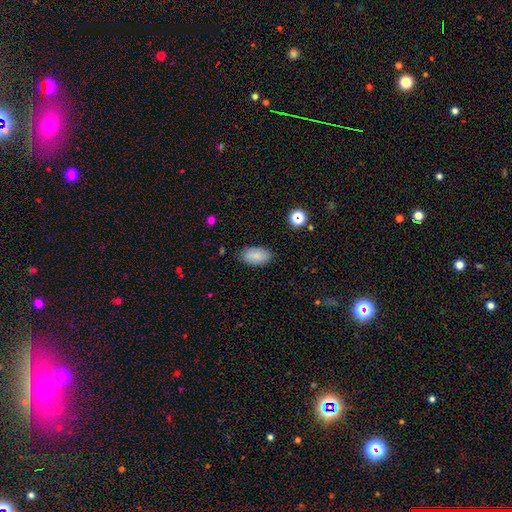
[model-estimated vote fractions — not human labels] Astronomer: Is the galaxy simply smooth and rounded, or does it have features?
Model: smooth — 86%.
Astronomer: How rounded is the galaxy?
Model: in between — 94%.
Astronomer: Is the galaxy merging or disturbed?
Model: none — 86%.